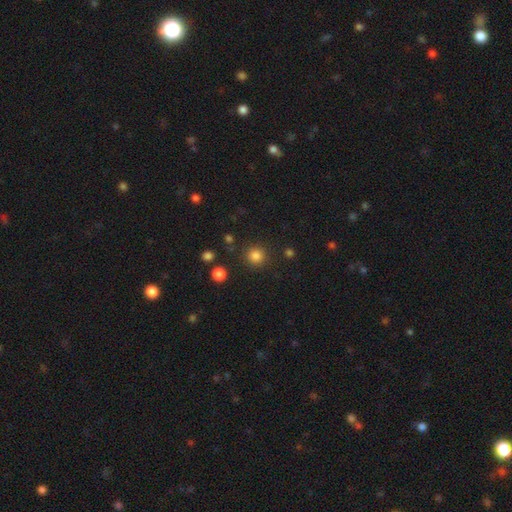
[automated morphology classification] This is clearly a smooth galaxy (83%). How rounded: clearly round (93%). Merging: clearly none (88%).